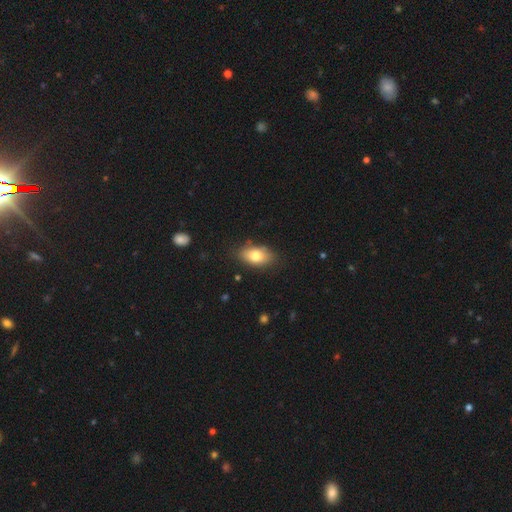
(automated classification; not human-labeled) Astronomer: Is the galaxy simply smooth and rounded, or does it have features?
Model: smooth — 77%.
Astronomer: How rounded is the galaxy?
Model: in between — 89%.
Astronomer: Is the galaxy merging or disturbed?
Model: none — 80%.